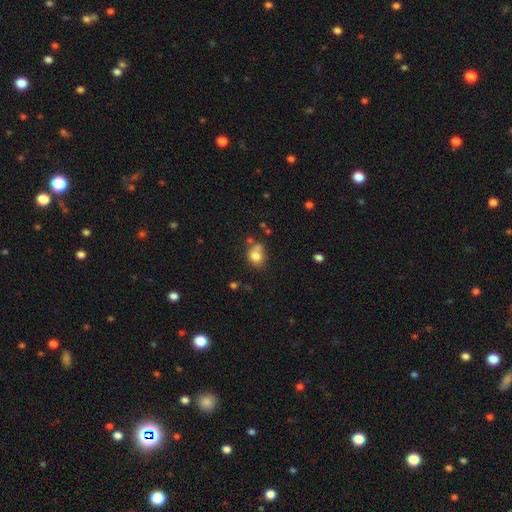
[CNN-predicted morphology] smooth 77%, featured or disk 11%, star or artifact 11%. Down the decision tree: how rounded — round (55%); merging — none (43%).